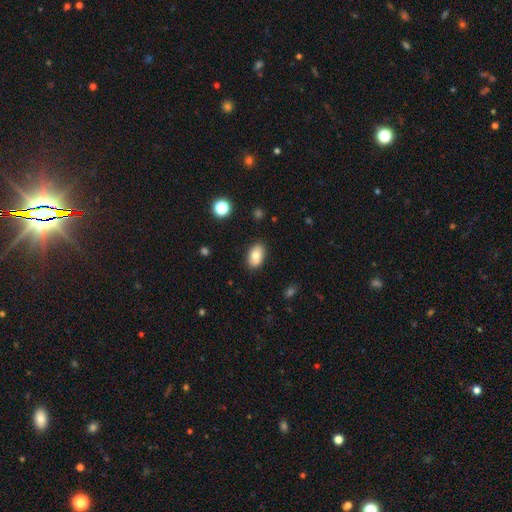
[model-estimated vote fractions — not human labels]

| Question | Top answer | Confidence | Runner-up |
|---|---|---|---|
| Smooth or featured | smooth | 78% | featured or disk (13%) |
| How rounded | in between | 91% | round (7%) |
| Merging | none | 85% | minor disturbance (11%) |